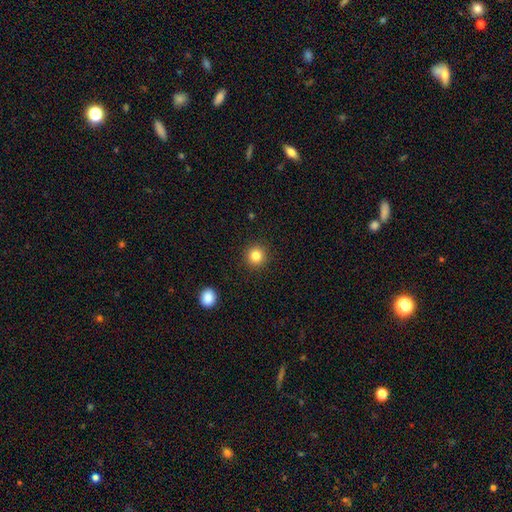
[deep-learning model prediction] A smooth galaxy with no disk features (83%) that is round (94%). Merging: none (92%).